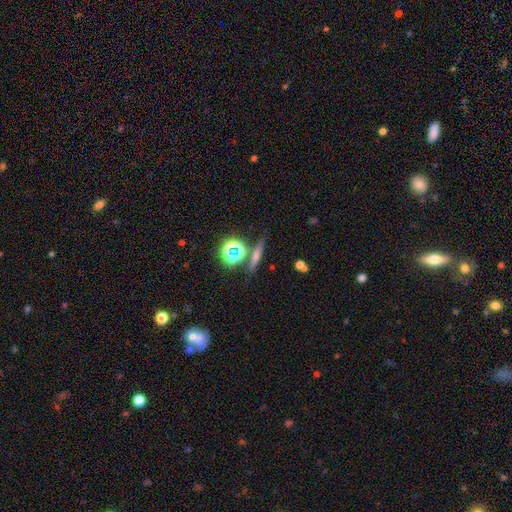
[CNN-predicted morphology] Q: Smooth or featured?
A: featured or disk (38%); runner-up: smooth (33%)
Q: Merging?
A: none (80%); runner-up: minor disturbance (9%)